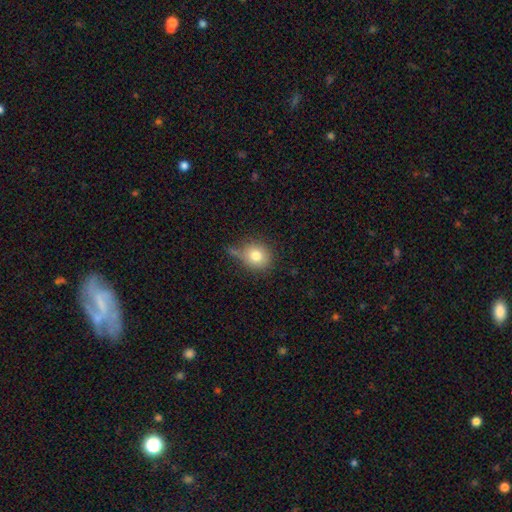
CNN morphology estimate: Smooth or featured: smooth — 79% (featured or disk — 11%)
How rounded: round — 77% (in between — 22%)
Merging: none — 51% (minor disturbance — 28%)